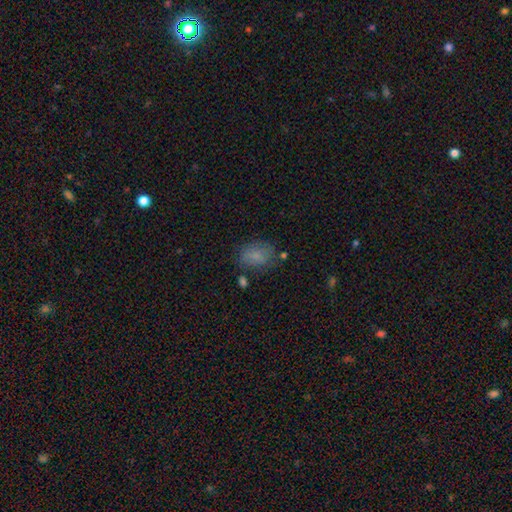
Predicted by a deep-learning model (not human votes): Smooth or featured: smooth — 79% (star or artifact — 11%)
How rounded: in between — 76% (round — 22%)
Merging: none — 68% (minor disturbance — 20%)